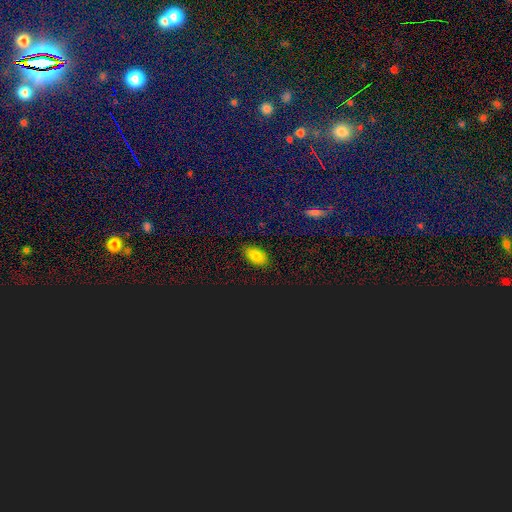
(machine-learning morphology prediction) This is likely a smooth galaxy (75%). How rounded: clearly in between (91%). Merging: clearly none (87%).